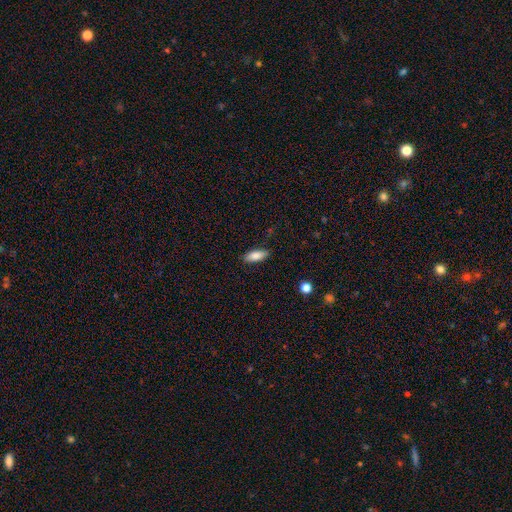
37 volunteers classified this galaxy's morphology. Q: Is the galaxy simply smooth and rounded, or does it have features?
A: smooth — 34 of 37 (92%).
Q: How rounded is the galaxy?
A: in between — 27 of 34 (79%).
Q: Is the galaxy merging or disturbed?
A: none — 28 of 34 (82%).